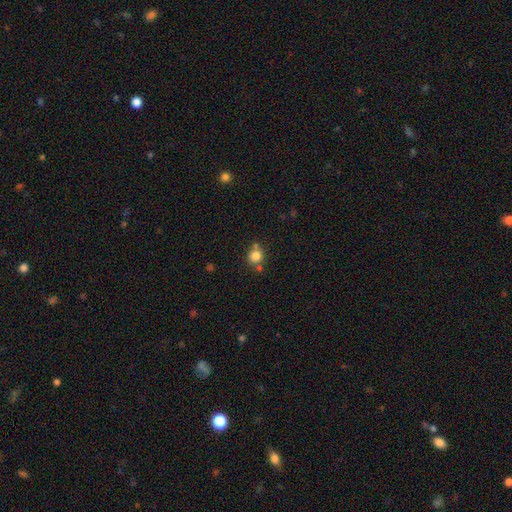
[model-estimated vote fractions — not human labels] smooth_or_featured: smooth (p=0.80) [alt: star or artifact p=0.12]
how_rounded: round (p=0.86) [alt: in between p=0.13]
merging: none (p=0.64) [alt: merger p=0.20]